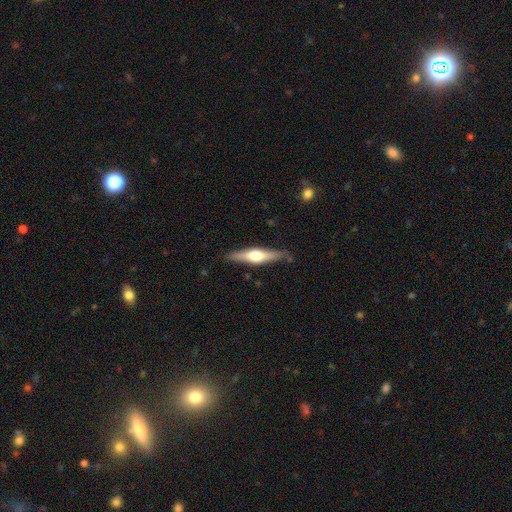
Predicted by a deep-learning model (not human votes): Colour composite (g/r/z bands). It shows a featured or disk galaxy (58%) viewed edge-on (94%) with a rounded central bulge (93%). Merging: none (84%).